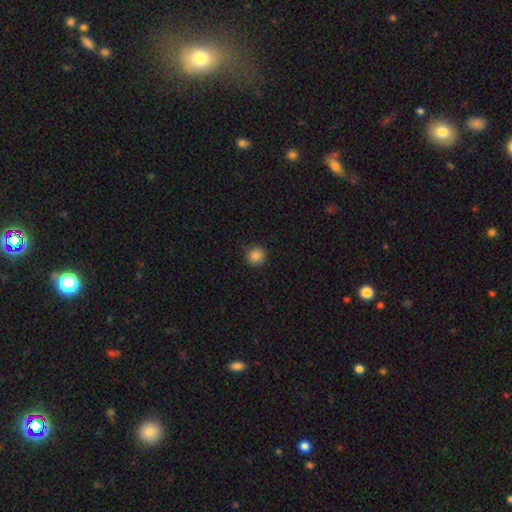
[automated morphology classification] Overall: smooth (86%). How rounded: round (92%). Merging: none (90%).